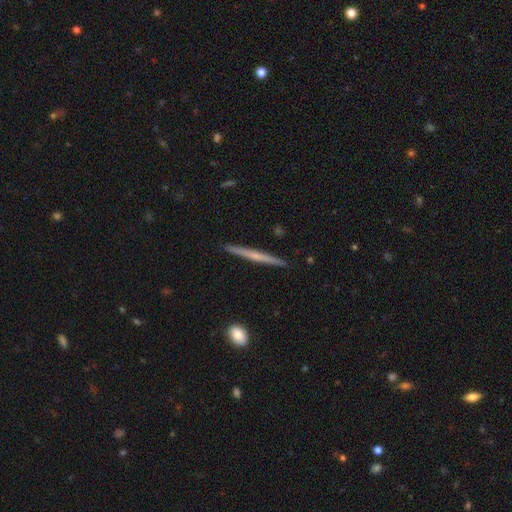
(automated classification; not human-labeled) This appears to be a featured or disk galaxy (60%) viewed edge-on (98%) with no central bulge (54%). Merging: none (92%).